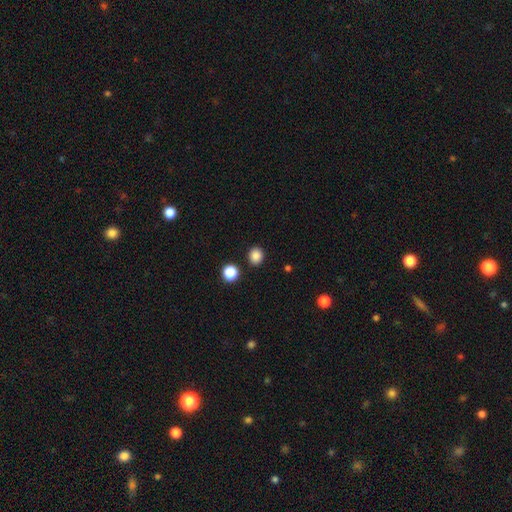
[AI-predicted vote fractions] A smooth galaxy with no disk features (86%) that is round (82%).

Vote fractions:
- Smooth or featured? smooth: 86% / star or artifact: 11% / featured or disk: 4%
- How rounded? round: 82% / in between: 18% / cigar-shaped: 1%
- Merging? none: 89% / minor disturbance: 6% / merger: 3% / major disturbance: 2%